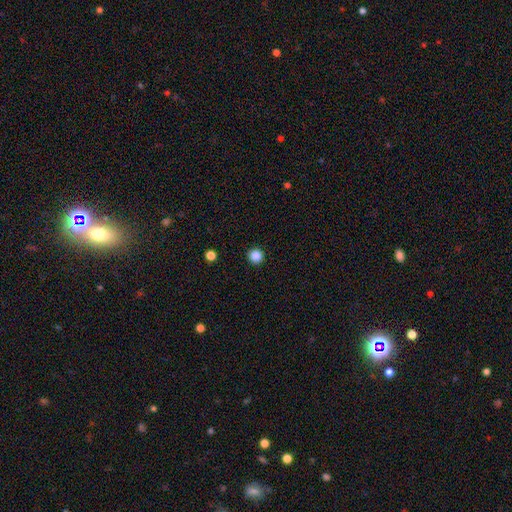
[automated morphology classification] A smooth galaxy with no disk features (86%) that is round (96%).

Vote fractions:
- Smooth or featured? smooth: 86% / star or artifact: 11% / featured or disk: 3%
- How rounded? round: 96% / in between: 3% / cigar-shaped: 1%
- Merging? none: 93% / minor disturbance: 4% / major disturbance: 1% / merger: 1%